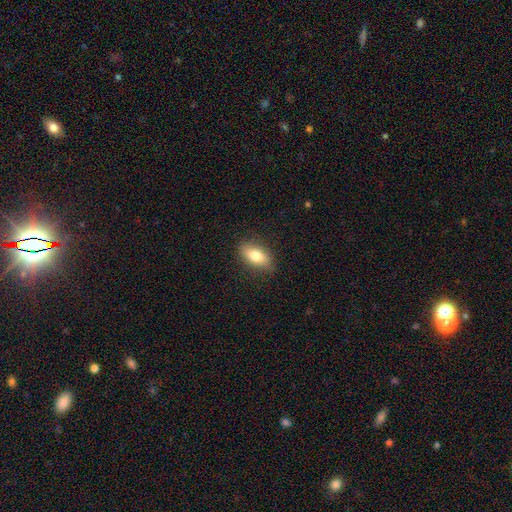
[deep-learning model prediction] Smooth or featured? Predicted: smooth (p=0.78). How rounded? Predicted: in between (p=0.85). Merging? Predicted: none (p=0.84).